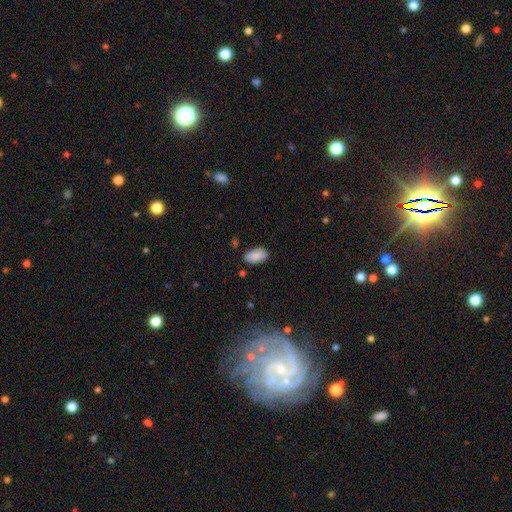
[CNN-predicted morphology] Smooth or featured? Predicted: smooth (p=0.88). How rounded? Predicted: in between (p=0.94). Merging? Predicted: none (p=0.80).